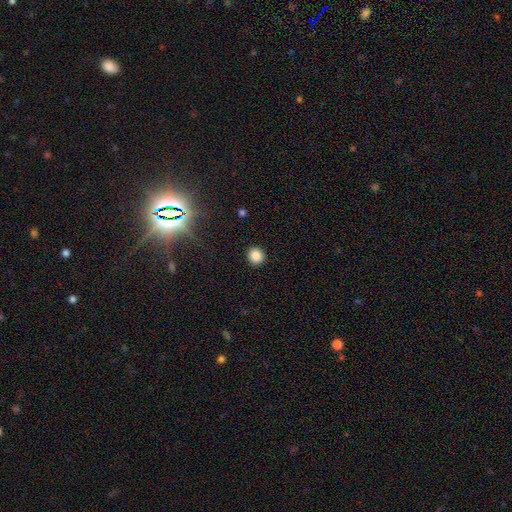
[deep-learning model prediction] This appears to be a smooth galaxy with no disk features (84%) that is round (91%). Merging: none (92%).